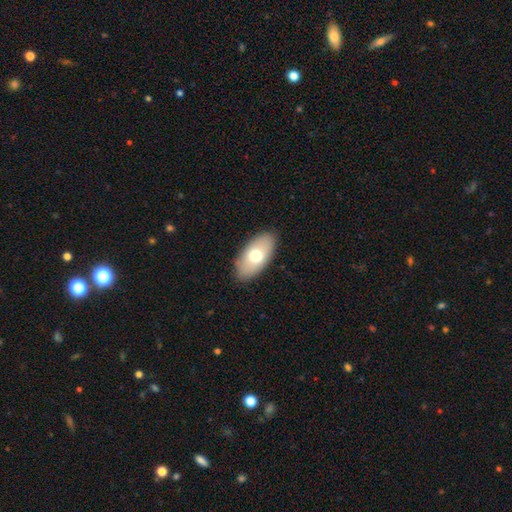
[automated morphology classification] A smooth galaxy with no disk features (70%) that is in between round and cigar-shaped (93%).

Vote fractions:
- Smooth or featured? smooth: 70% / featured or disk: 24% / star or artifact: 6%
- How rounded? in between: 93% / cigar-shaped: 4% / round: 3%
- Merging? none: 87% / minor disturbance: 9% / major disturbance: 2% / merger: 1%